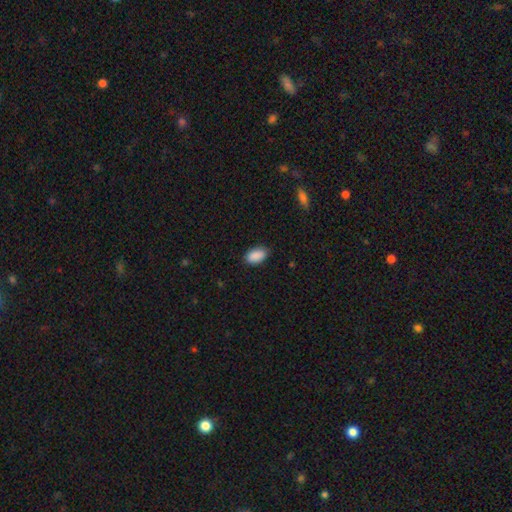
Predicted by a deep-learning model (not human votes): Morphology: type=smooth (90%); roundness=in between (93%); merging=none (85%).